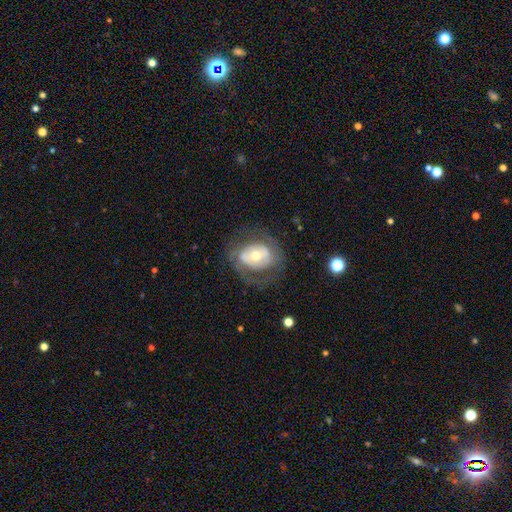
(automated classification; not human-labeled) Q: Smooth or featured?
A: featured or disk (64%); runner-up: smooth (29%)
Q: Edge-on disk?
A: no (95%); runner-up: yes (5%)
Q: Bar?
A: no (52%); runner-up: weak (31%)
Q: Spiral arms?
A: yes (53%); runner-up: no (47%)
Q: Bulge size?
A: moderate (64%); runner-up: small (27%)
Q: Merging?
A: none (63%); runner-up: minor disturbance (19%)